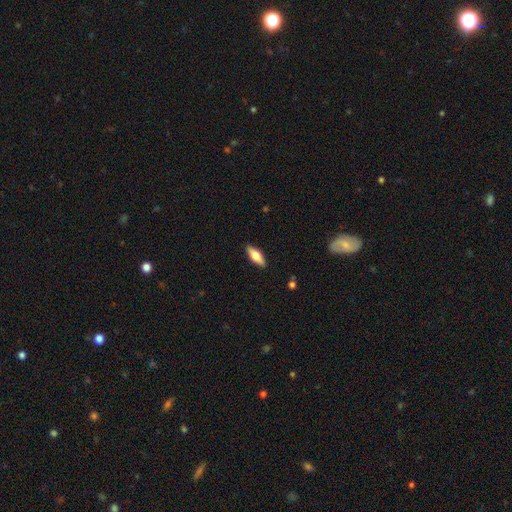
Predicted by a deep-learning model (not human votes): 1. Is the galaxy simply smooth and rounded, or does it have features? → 57% smooth, 37% featured or disk, 6% star or artifact.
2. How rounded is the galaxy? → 61% in between, 37% cigar-shaped, 2% round.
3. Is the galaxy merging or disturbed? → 89% none, 8% minor disturbance, 2% major disturbance, 1% merger.